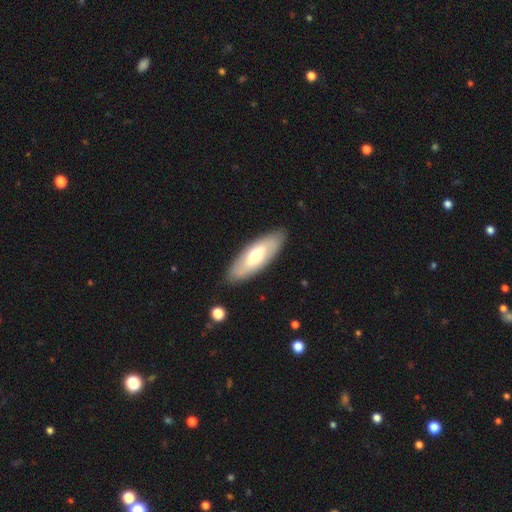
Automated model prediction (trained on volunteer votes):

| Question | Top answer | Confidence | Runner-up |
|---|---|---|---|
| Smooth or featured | smooth | 55% | featured or disk (40%) |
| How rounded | in between | 70% | cigar-shaped (28%) |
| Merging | none | 87% | minor disturbance (10%) |